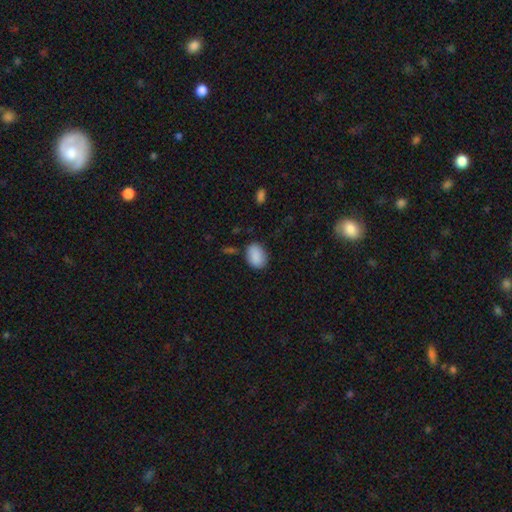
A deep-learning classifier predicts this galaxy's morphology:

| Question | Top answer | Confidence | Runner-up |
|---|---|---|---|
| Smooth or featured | smooth | 89% | star or artifact (7%) |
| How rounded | in between | 80% | round (19%) |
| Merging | none | 79% | minor disturbance (14%) |